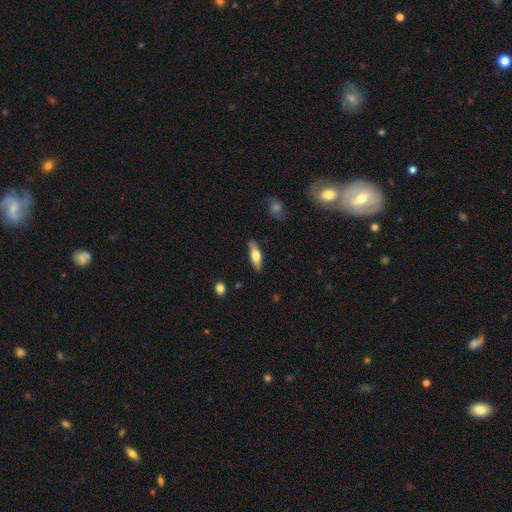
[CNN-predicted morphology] This appears to be a smooth galaxy with no disk features (62%) that is in between round and cigar-shaped (58%). Merging: none (80%).